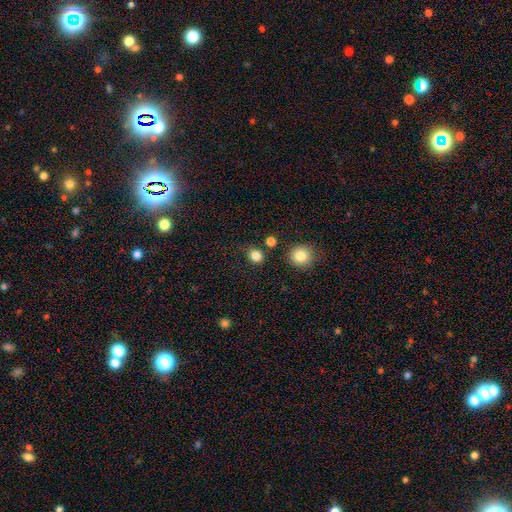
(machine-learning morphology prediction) A smooth galaxy with no disk features (84%) that is round (76%). Merging: none (78%).